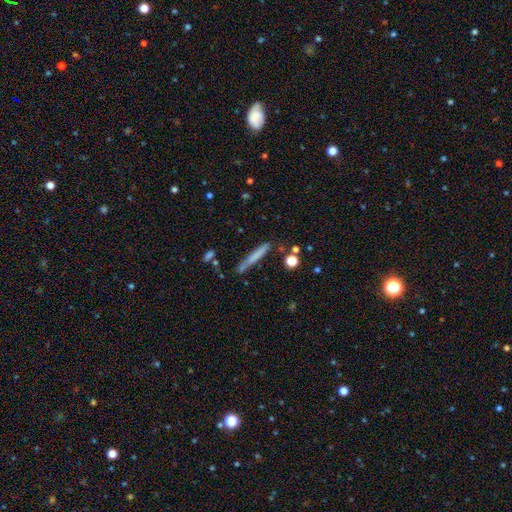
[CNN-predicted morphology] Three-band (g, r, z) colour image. It shows a smooth galaxy with no disk features (63%) that is cigar-shaped (95%). Merging: none (77%).